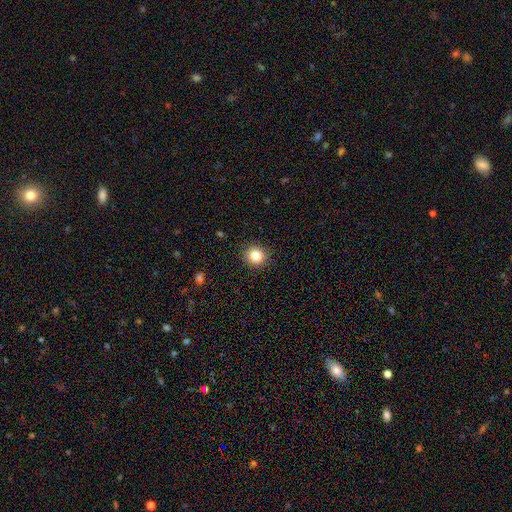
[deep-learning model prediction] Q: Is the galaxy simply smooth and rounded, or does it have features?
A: smooth — 83%.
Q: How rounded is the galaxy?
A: round — 87%.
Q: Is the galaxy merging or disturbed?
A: none — 91%.